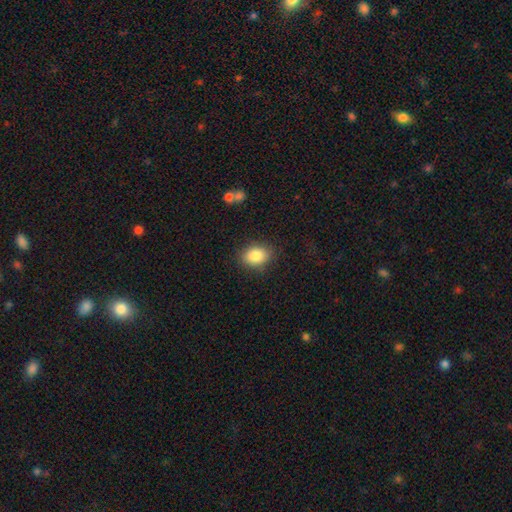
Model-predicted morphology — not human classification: smooth-or-featured: smooth: 86% | star or artifact: 8% | featured or disk: 6%
  how-rounded: in between: 73% | round: 26% | cigar-shaped: 1%
  merging: none: 84% | minor disturbance: 11% | major disturbance: 3% | merger: 1%